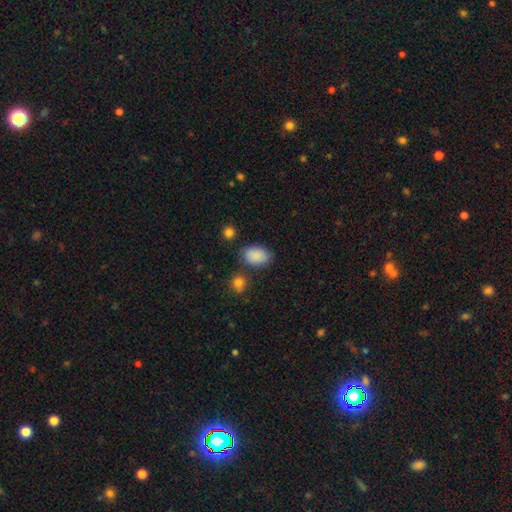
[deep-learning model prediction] Q: Smooth or featured?
A: smooth (88%); runner-up: star or artifact (8%)
Q: How rounded?
A: in between (86%); runner-up: round (13%)
Q: Merging?
A: none (77%); runner-up: minor disturbance (14%)